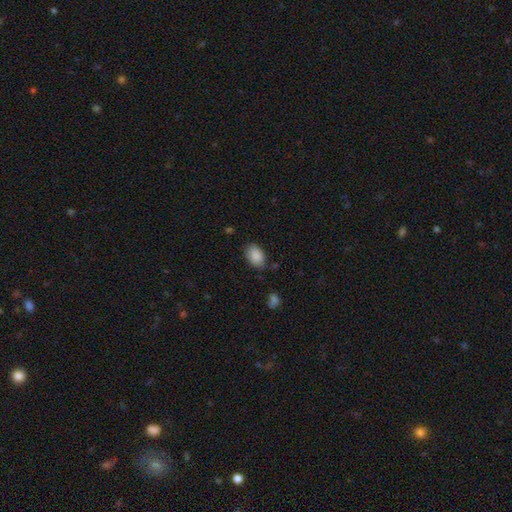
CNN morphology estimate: smooth 89%, star or artifact 7%, featured or disk 4%. Down the decision tree: how rounded — in between (88%); merging — none (76%).